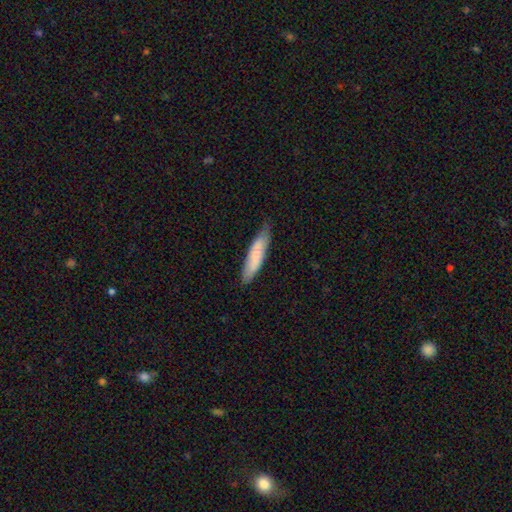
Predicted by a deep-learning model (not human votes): A smooth galaxy with no disk features (74%) that is cigar-shaped (79%).

Vote fractions:
- Smooth or featured? smooth: 74% / featured or disk: 21% / star or artifact: 5%
- How rounded? cigar-shaped: 79% / in between: 20% / round: 1%
- Merging? none: 77% / minor disturbance: 19% / major disturbance: 3% / merger: 1%